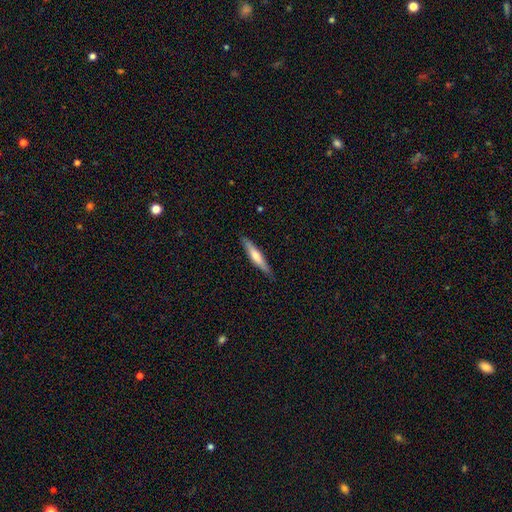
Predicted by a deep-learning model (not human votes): Q: Smooth or featured?
A: smooth (51%); runner-up: featured or disk (43%)
Q: How rounded?
A: cigar-shaped (90%); runner-up: in between (8%)
Q: Merging?
A: none (87%); runner-up: minor disturbance (10%)